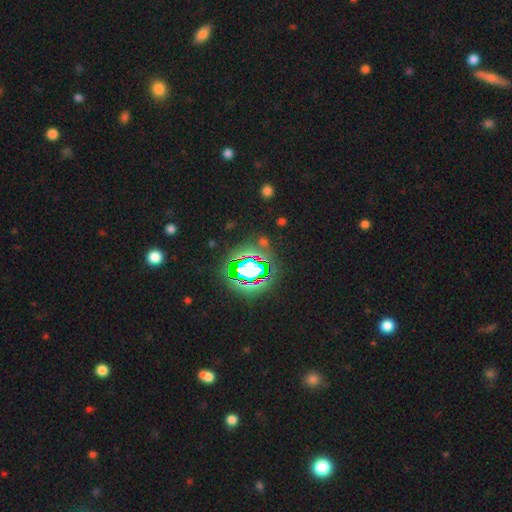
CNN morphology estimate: Smooth or featured? Predicted: star or artifact (p=0.82).